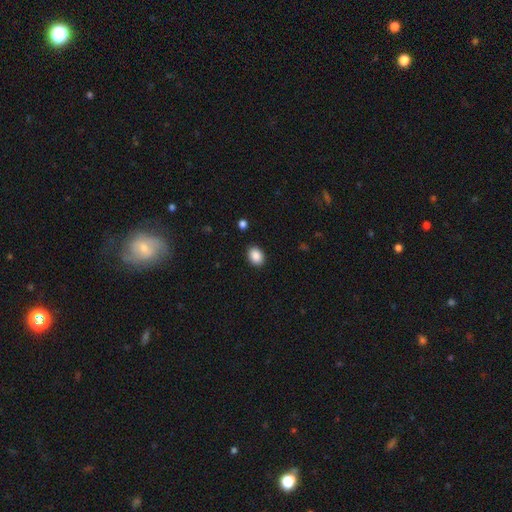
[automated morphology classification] Smooth or featured? smooth (89%)
How rounded? in between (68%)
Merging? none (90%)